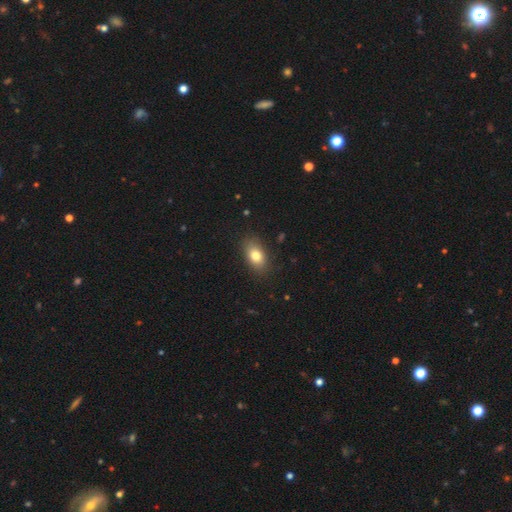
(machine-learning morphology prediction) Smooth or featured: smooth — 80% (featured or disk — 11%)
How rounded: in between — 85% (round — 12%)
Merging: none — 84% (minor disturbance — 12%)